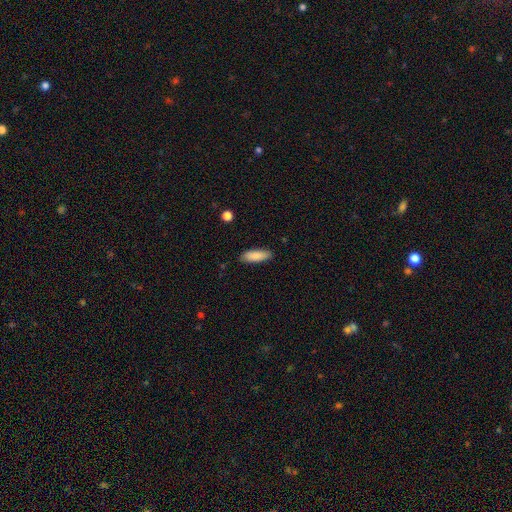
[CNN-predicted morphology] Smooth or featured: smooth — 88% (star or artifact — 6%)
How rounded: in between — 61% (cigar-shaped — 37%)
Merging: none — 86% (minor disturbance — 11%)